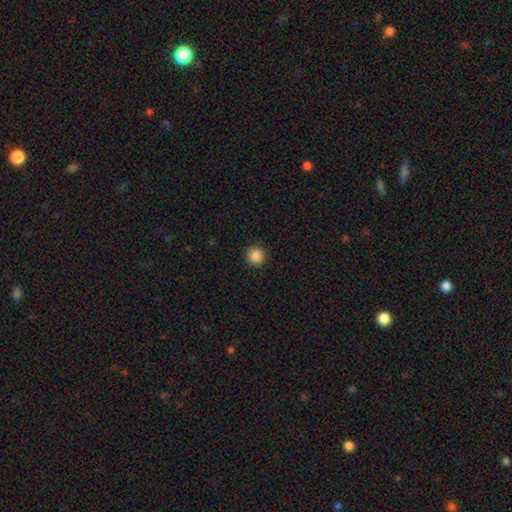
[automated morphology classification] A smooth galaxy with no disk features (87%) that is round (94%).

Vote fractions:
- Smooth or featured? smooth: 87% / star or artifact: 10% / featured or disk: 3%
- How rounded? round: 94% / in between: 5% / cigar-shaped: 1%
- Merging? none: 92% / minor disturbance: 5% / major disturbance: 2% / merger: 1%